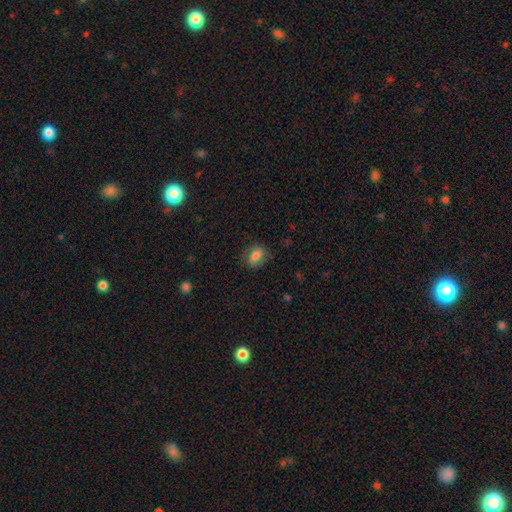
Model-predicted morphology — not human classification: smooth_or_featured: smooth (p=0.75) [alt: featured or disk p=0.15]
how_rounded: in between (p=0.71) [alt: round p=0.27]
merging: none (p=0.77) [alt: minor disturbance p=0.17]